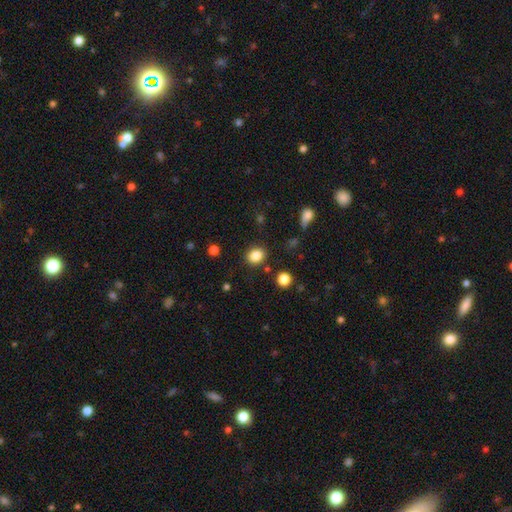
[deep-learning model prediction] Smooth or featured? Predicted: smooth (p=0.85). How rounded? Predicted: round (p=0.61). Merging? Predicted: none (p=0.86).